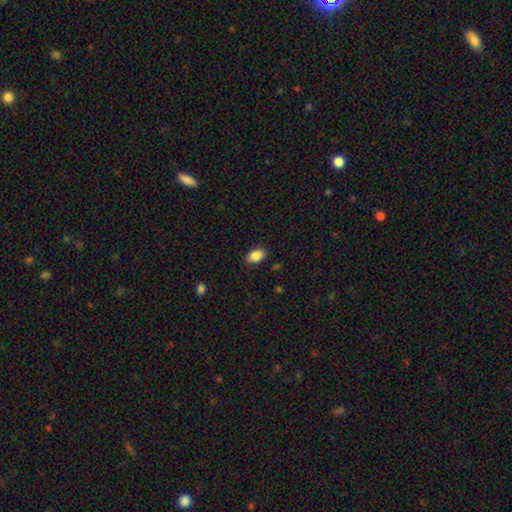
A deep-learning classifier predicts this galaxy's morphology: smooth 87%, star or artifact 8%, featured or disk 5%. Down the decision tree: how rounded — in between (88%); merging — none (88%).